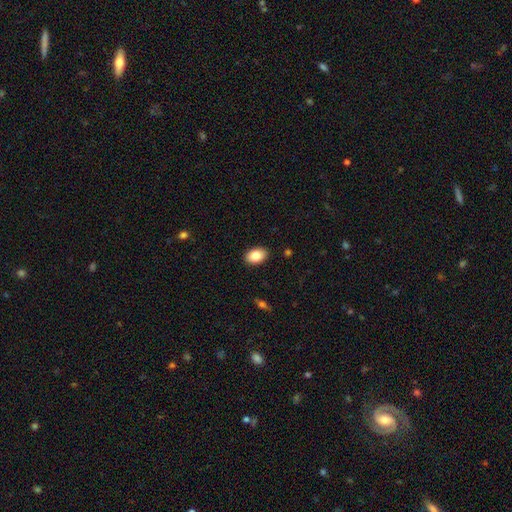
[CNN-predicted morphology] type=smooth (84%); roundness=in between (88%); merging=none (90%).